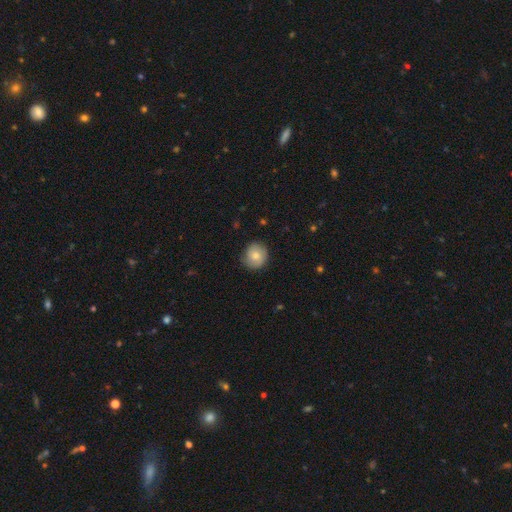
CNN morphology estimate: Smooth or featured?
  - smooth: 71% *
  - featured or disk: 22%
  - star or artifact: 7%
How rounded?
  - round: 87% *
  - in between: 12%
  - cigar-shaped: 1%
Merging?
  - none: 79% *
  - minor disturbance: 16%
  - major disturbance: 3%
  - merger: 1%